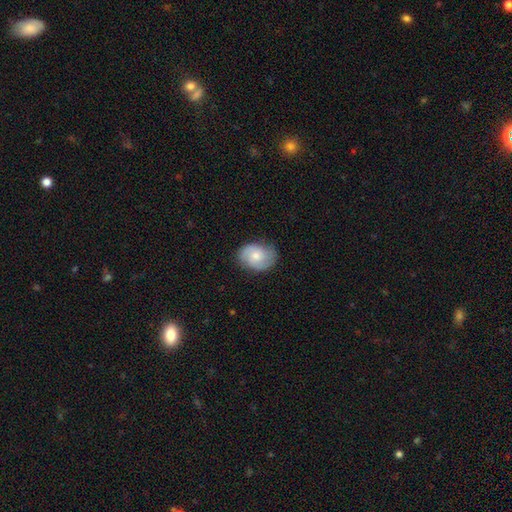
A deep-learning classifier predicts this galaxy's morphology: smooth-or-featured: featured or disk: 52% | smooth: 41% | star or artifact: 7%
  disk-edge-on: no: 97% | yes: 3%
    bar: no: 68% | weak: 29% | strong: 3%
    has-spiral-arms: yes: 89% | no: 11%
    bulge-size: moderate: 55% | small: 32% | large: 7% | none: 4% | dominant: 1%
  merging: none: 76% | minor disturbance: 18% | major disturbance: 5% | merger: 1%